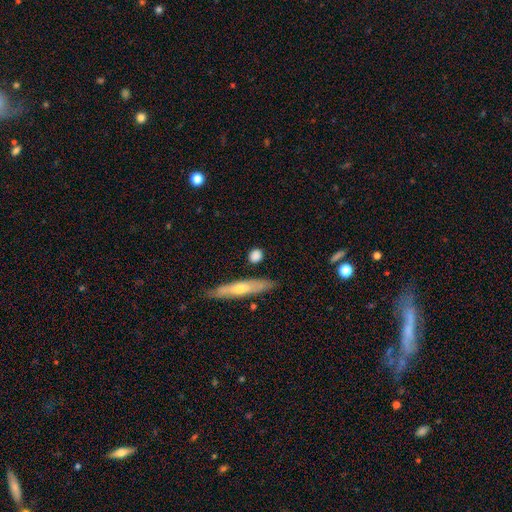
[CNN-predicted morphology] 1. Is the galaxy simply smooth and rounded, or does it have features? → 77% smooth, 16% featured or disk, 7% star or artifact.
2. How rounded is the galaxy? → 55% round, 24% cigar-shaped, 21% in between.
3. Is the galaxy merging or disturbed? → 81% none, 11% minor disturbance, 4% merger, 3% major disturbance.